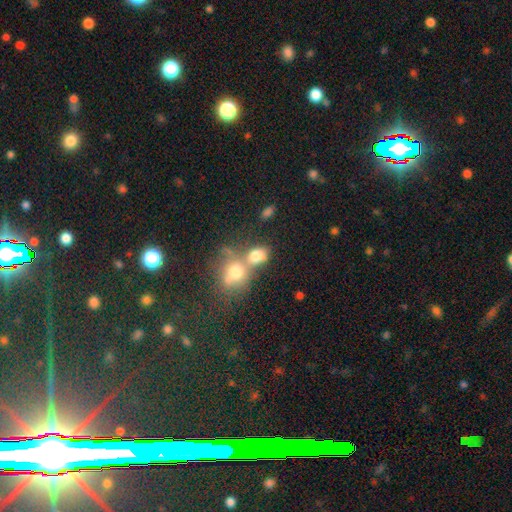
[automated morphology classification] This is likely a smooth galaxy (74%). How rounded: possibly in between (57%). Merging: possibly merger (57%).